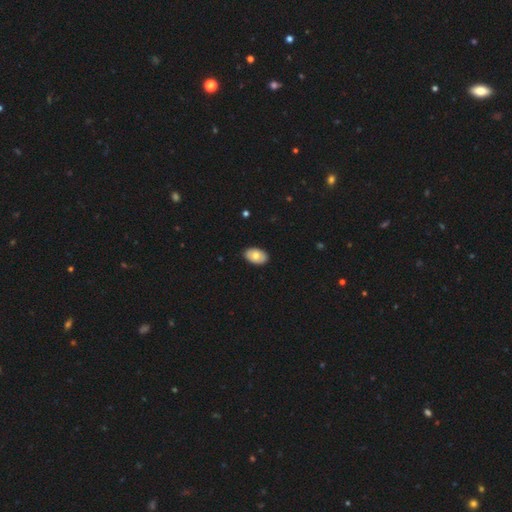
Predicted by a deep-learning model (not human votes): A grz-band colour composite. It shows a smooth galaxy with no disk features (76%) that is in between round and cigar-shaped (92%). Merging: none (89%).